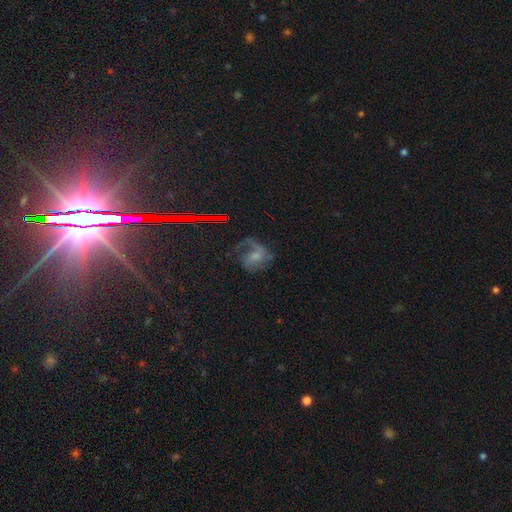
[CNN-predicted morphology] Smooth or featured? Predicted: featured or disk (p=0.67). Edge-on disk? Predicted: no (p=0.98). Bar? Predicted: no (p=0.55). Spiral arms? Predicted: yes (p=0.88). Spiral winding? Predicted: medium (p=0.45). Spiral arm count? Predicted: 2 (p=0.44). Bulge size? Predicted: small (p=0.34). Merging? Predicted: none (p=0.47).